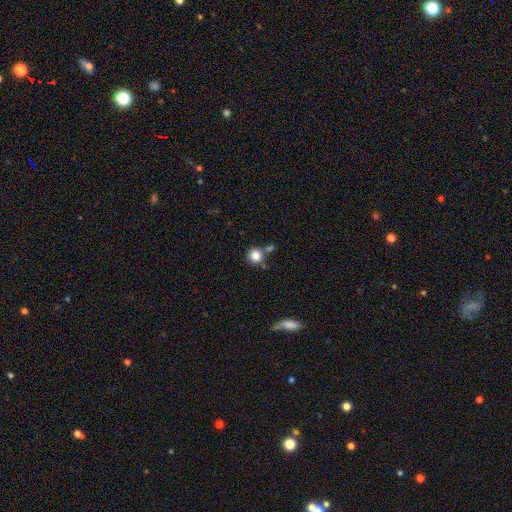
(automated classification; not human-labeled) Smooth or featured?
  - smooth: 85% *
  - star or artifact: 10%
  - featured or disk: 6%
How rounded?
  - round: 92% *
  - in between: 7%
  - cigar-shaped: 1%
Merging?
  - none: 67% *
  - merger: 19%
  - minor disturbance: 10%
  - major disturbance: 4%